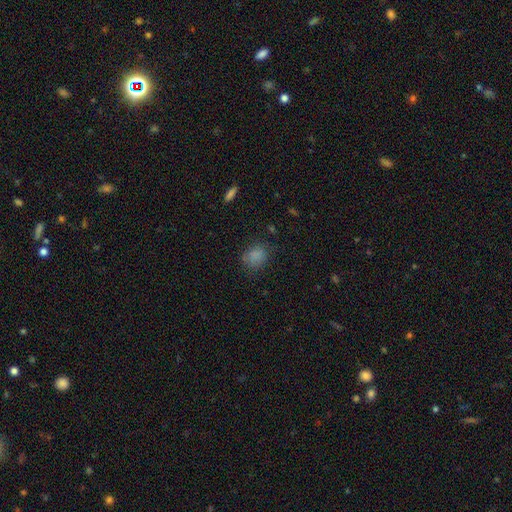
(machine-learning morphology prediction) Smooth or featured: smooth — 81% (star or artifact — 12%)
How rounded: round — 52% (in between — 47%)
Merging: none — 72% (minor disturbance — 20%)